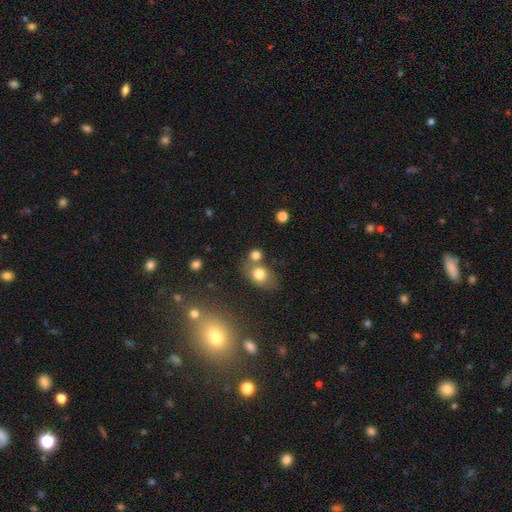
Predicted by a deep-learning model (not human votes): smooth 77%, star or artifact 13%, featured or disk 10%. Down the decision tree: how rounded — round (65%); merging — none (53%).